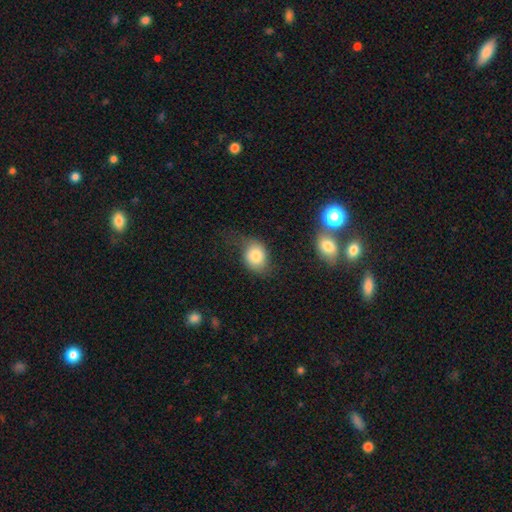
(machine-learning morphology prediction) The model was most divided on "how rounded": round: 52%, in between: 47%, cigar-shaped: 1%. More confident: smooth or featured — smooth (79%); merging — none (51%).